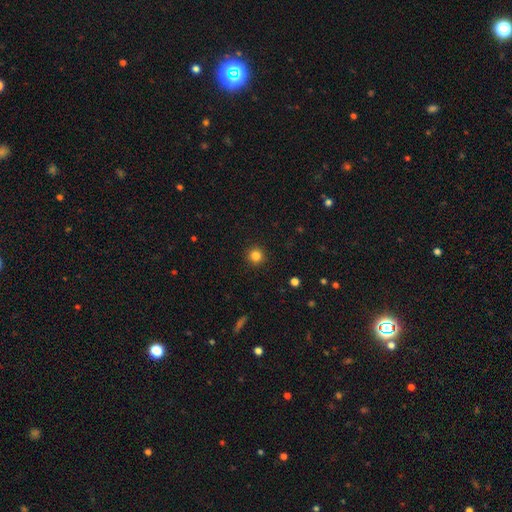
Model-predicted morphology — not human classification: A smooth galaxy with no disk features (83%) that is round (95%).

Vote fractions:
- Smooth or featured? smooth: 83% / star or artifact: 12% / featured or disk: 5%
- How rounded? round: 95% / in between: 4% / cigar-shaped: 1%
- Merging? none: 93% / minor disturbance: 5% / major disturbance: 2% / merger: 1%